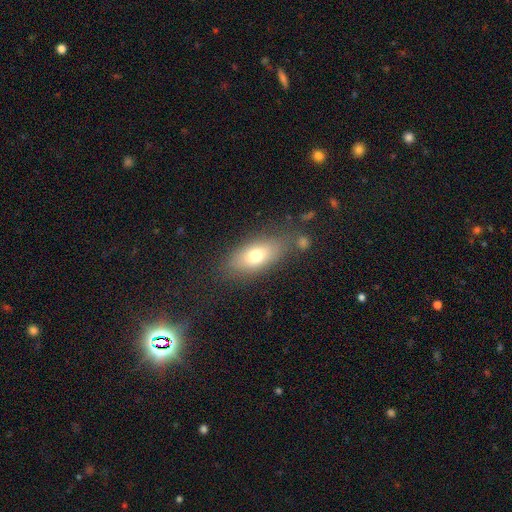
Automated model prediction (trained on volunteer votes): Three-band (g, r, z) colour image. It shows a smooth galaxy with no disk features (72%) that is in between round and cigar-shaped (82%). Merging: none (72%).